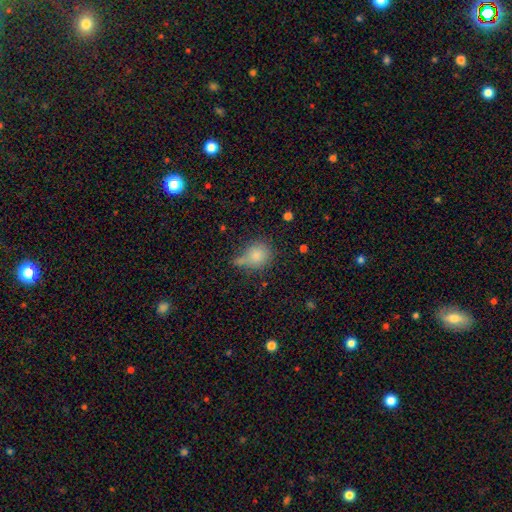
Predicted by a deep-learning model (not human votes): This is likely a smooth galaxy (80%). How rounded: likely round (72%). Merging: possibly none (51%).